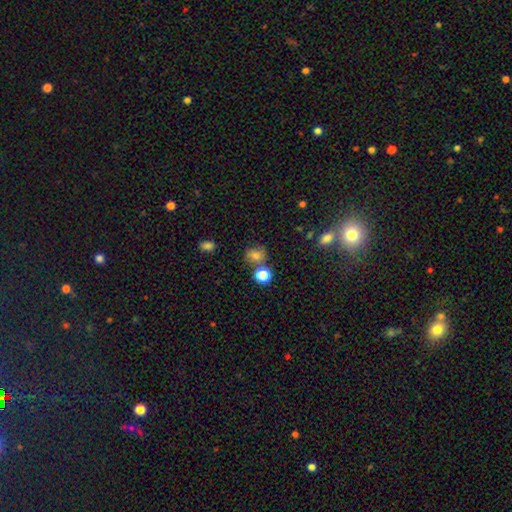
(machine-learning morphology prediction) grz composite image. It shows a smooth galaxy with no disk features (73%) that is round (63%). Merging: none (64%).